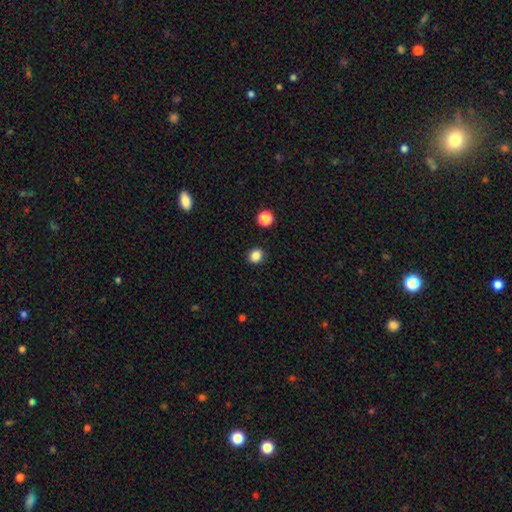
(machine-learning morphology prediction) type=smooth (85%); roundness=round (81%); merging=none (91%).